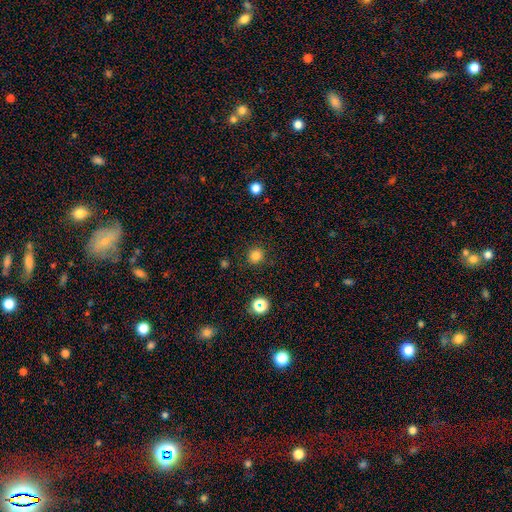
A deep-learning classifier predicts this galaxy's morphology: type=smooth (82%); roundness=round (91%); merging=none (89%).